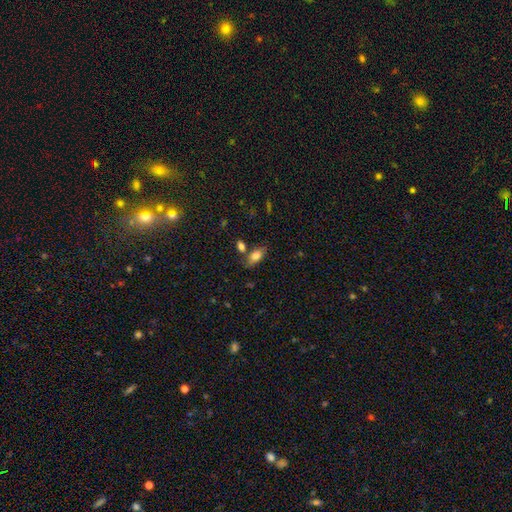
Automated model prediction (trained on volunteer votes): A smooth galaxy with no disk features (78%) that is in between round and cigar-shaped (86%).

Vote fractions:
- Smooth or featured? smooth: 78% / featured or disk: 14% / star or artifact: 8%
- How rounded? in between: 86% / cigar-shaped: 10% / round: 4%
- Merging? none: 69% / minor disturbance: 15% / merger: 12% / major disturbance: 4%